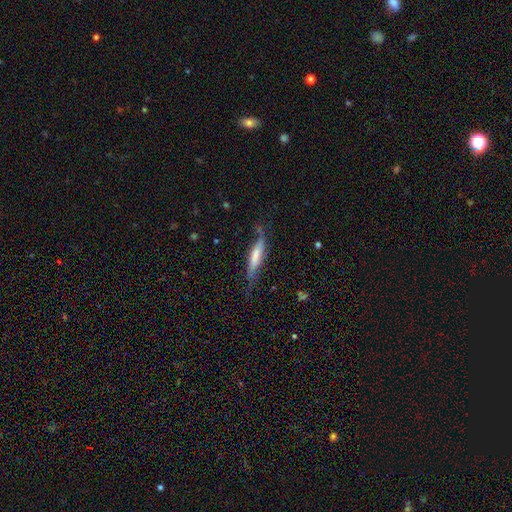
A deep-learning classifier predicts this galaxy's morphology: This appears to be a smooth galaxy with no disk features (53%) that is cigar-shaped (78%). Merging: none (53%).